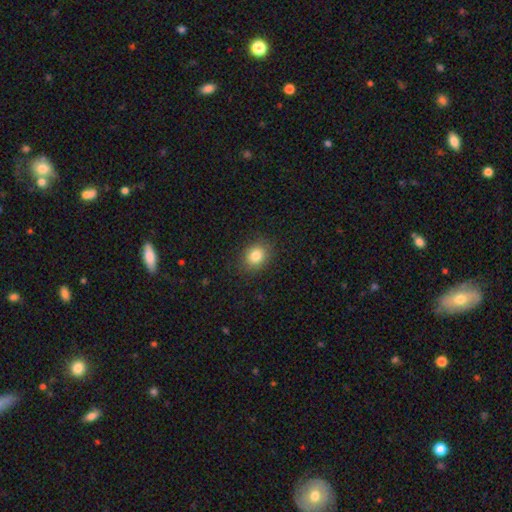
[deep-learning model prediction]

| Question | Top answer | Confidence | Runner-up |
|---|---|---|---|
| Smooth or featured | smooth | 83% | star or artifact (11%) |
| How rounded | round | 63% | in between (36%) |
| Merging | none | 87% | minor disturbance (9%) |